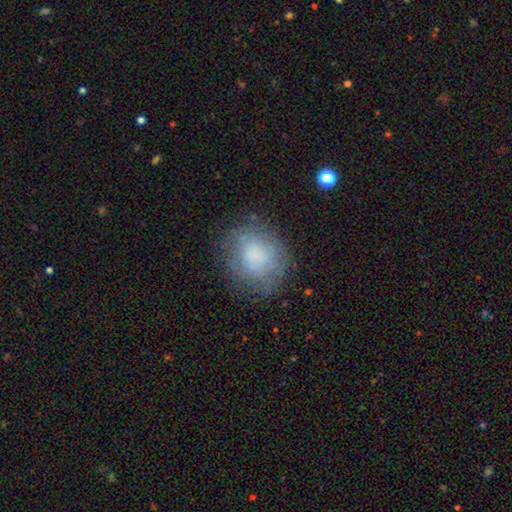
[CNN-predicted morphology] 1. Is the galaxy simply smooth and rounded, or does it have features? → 63% smooth, 26% featured or disk, 11% star or artifact.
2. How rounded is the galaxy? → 73% round, 26% in between, 1% cigar-shaped.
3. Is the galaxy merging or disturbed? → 70% none, 19% minor disturbance, 10% major disturbance, 2% merger.